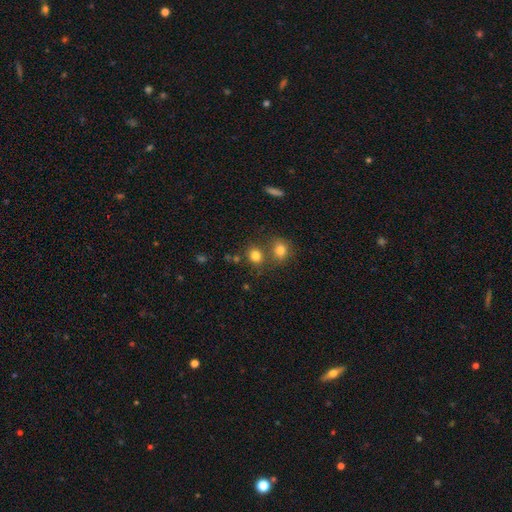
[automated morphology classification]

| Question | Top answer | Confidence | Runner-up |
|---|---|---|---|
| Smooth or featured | smooth | 80% | star or artifact (13%) |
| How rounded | round | 77% | in between (21%) |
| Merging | none | 59% | merger (29%) |